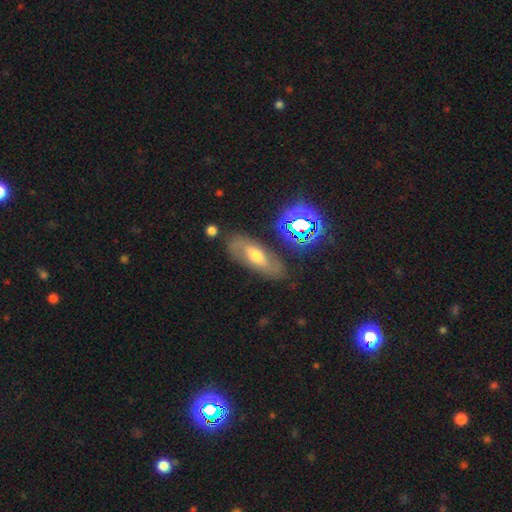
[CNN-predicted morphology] Smooth or featured?
  - featured or disk: 49% *
  - smooth: 37%
  - star or artifact: 14%
Merging?
  - none: 75% *
  - minor disturbance: 16%
  - major disturbance: 6%
  - merger: 3%